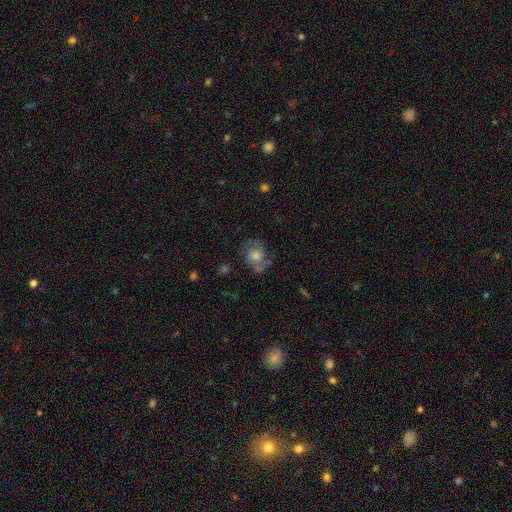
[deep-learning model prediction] A featured or disk galaxy (59%) with no bar (77%), spiral arms (85%) and a moderate central bulge (51%). Merging: none (68%).